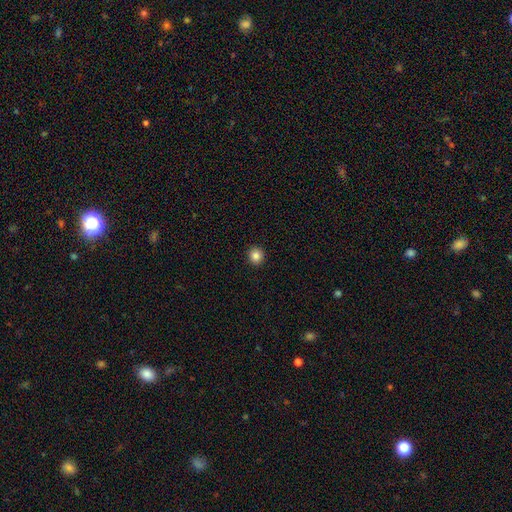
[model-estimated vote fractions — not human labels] smooth-or-featured: smooth: 85% | star or artifact: 11% | featured or disk: 4%
  how-rounded: round: 92% | in between: 7% | cigar-shaped: 1%
  merging: none: 93% | minor disturbance: 4% | major disturbance: 1% | merger: 1%